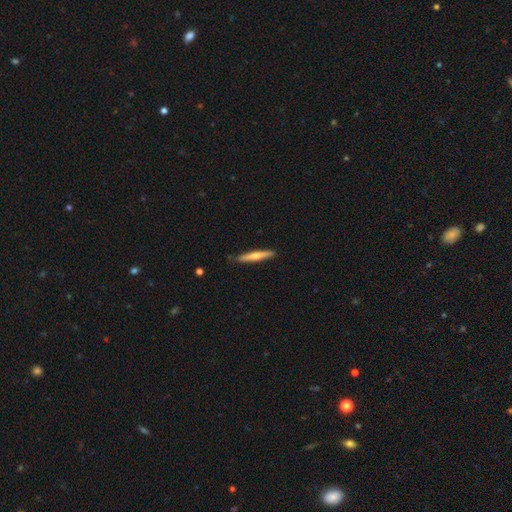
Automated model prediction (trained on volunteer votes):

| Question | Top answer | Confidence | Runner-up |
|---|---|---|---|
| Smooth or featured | smooth | 54% | featured or disk (41%) |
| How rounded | cigar-shaped | 93% | in between (5%) |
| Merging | none | 89% | minor disturbance (9%) |